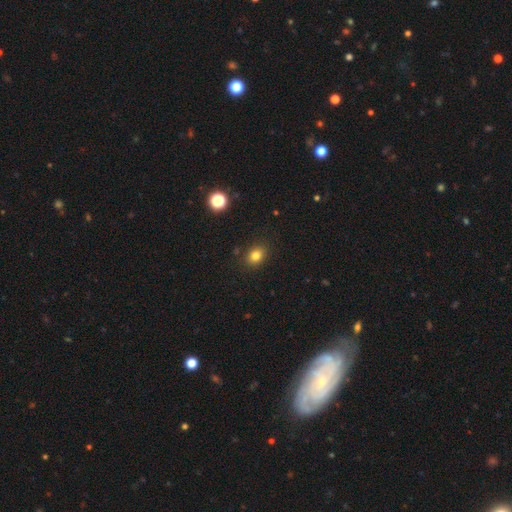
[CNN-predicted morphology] smooth-or-featured: smooth: 80% | star or artifact: 13% | featured or disk: 7%
  how-rounded: in between: 53% | round: 46% | cigar-shaped: 1%
  merging: none: 86% | minor disturbance: 10% | major disturbance: 3% | merger: 2%